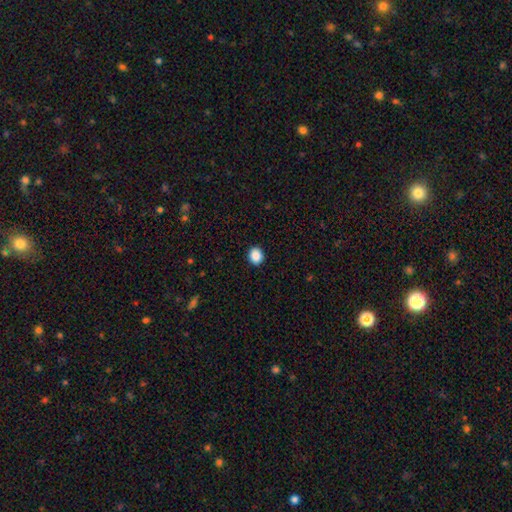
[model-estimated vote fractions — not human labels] Morphology: type=smooth (89%); roundness=round (74%); merging=none (92%).